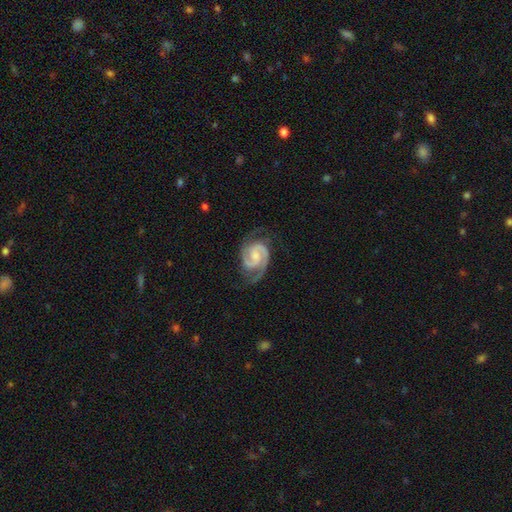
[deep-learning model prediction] Smooth or featured?
  - featured or disk: 91% *
  - smooth: 5%
  - star or artifact: 4%
Edge-on disk?
  - no: 98% *
  - yes: 2%
Bar?
  - no: 46% *
  - weak: 43%
  - strong: 11%
Spiral arms?
  - yes: 98% *
  - no: 2%
Spiral winding?
  - medium: 47% *
  - tight: 45%
  - loose: 8%
Spiral arm count?
  - 2: 91% *
  - 3: 3%
  - can't tell: 2%
  - 1: 2%
  - 4: 1%
  - more than 4: 1%
Bulge size?
  - moderate: 33% *
  - small: 31%
  - none: 28%
  - large: 6%
  - dominant: 1%
Merging?
  - none: 72% *
  - minor disturbance: 18%
  - major disturbance: 8%
  - merger: 1%